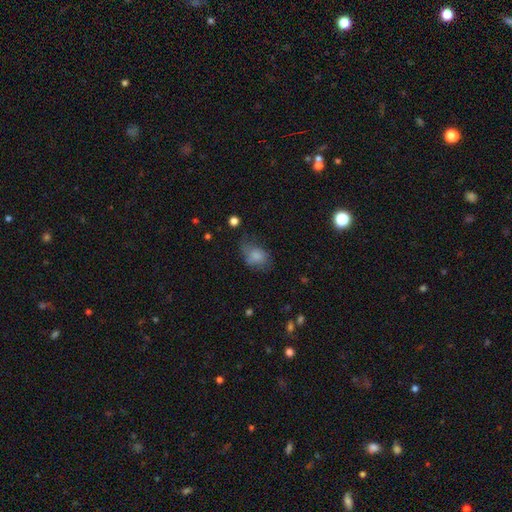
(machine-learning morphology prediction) Smooth or featured? Predicted: smooth (p=0.76). How rounded? Predicted: in between (p=0.80). Merging? Predicted: none (p=0.44).